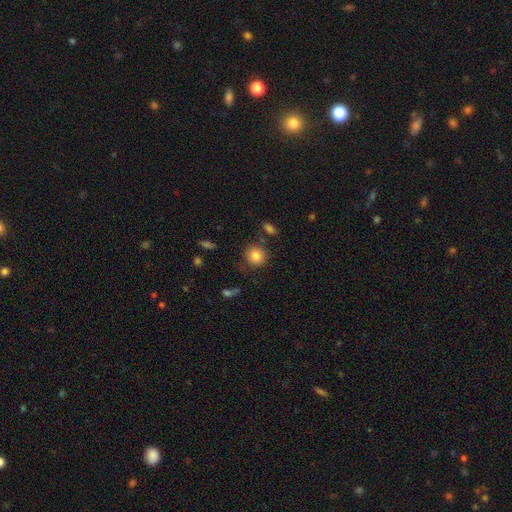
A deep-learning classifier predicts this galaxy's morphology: smooth 84%, star or artifact 9%, featured or disk 7%. Down the decision tree: how rounded — round (90%); merging — none (82%).